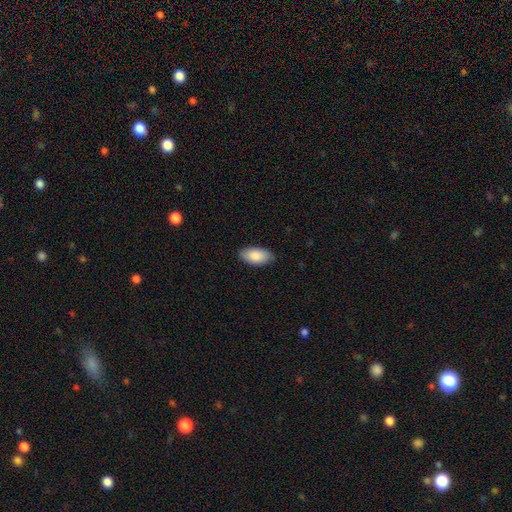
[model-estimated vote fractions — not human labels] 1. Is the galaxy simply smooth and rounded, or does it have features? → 88% smooth, 6% featured or disk, 6% star or artifact.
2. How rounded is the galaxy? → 95% in between, 3% cigar-shaped, 2% round.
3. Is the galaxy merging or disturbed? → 85% none, 12% minor disturbance, 2% major disturbance, 1% merger.